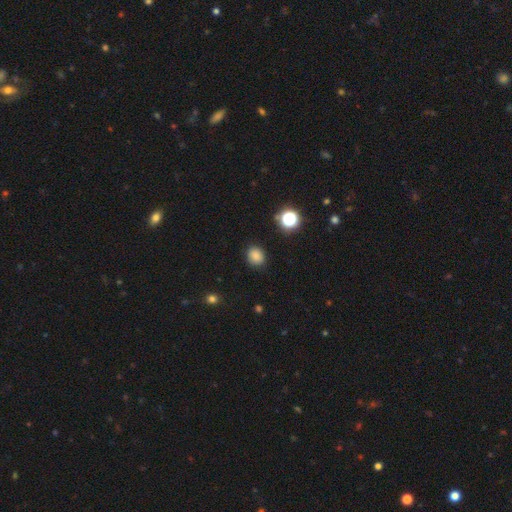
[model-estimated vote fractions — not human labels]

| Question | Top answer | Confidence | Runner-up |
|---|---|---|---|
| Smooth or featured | smooth | 82% | star or artifact (14%) |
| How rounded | round | 69% | in between (30%) |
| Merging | none | 87% | minor disturbance (9%) |